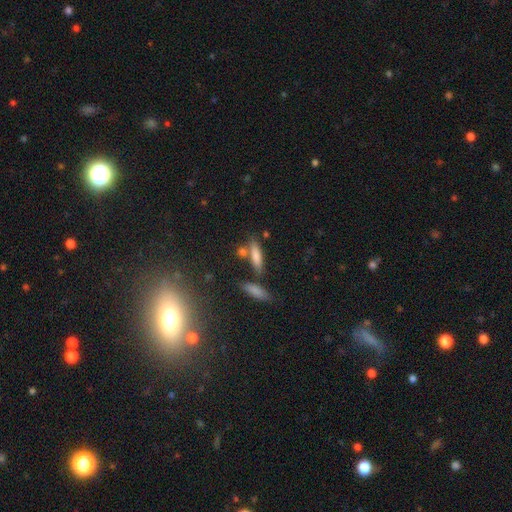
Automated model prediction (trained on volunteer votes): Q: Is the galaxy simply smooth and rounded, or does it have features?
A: smooth — 76%.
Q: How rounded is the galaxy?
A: cigar-shaped — 67%.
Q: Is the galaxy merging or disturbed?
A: none — 65%.